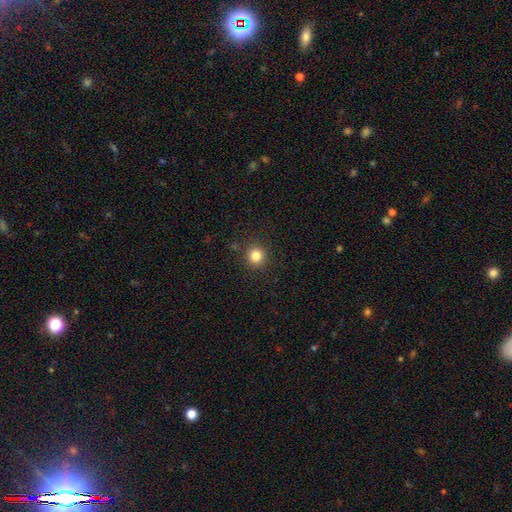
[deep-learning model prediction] smooth 83%, star or artifact 13%, featured or disk 5%. Down the decision tree: how rounded — round (94%); merging — none (90%).